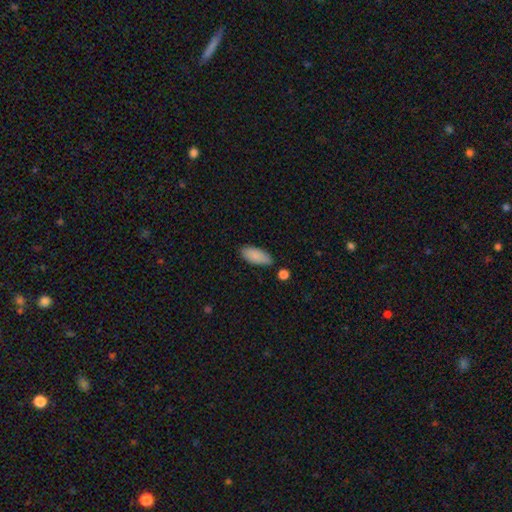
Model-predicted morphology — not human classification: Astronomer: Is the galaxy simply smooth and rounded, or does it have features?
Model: smooth — 88%.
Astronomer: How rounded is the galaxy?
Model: in between — 86%.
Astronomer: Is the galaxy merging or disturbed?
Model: none — 78%.